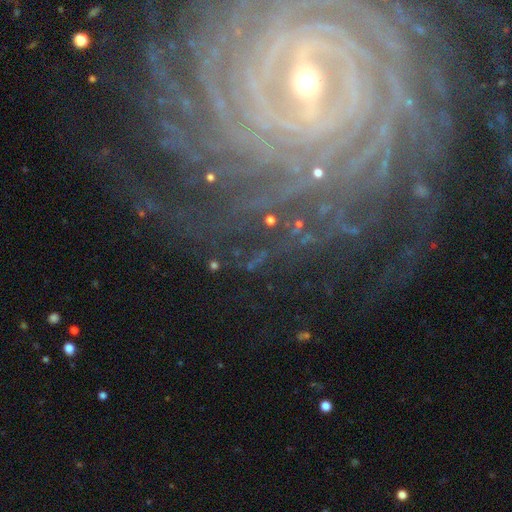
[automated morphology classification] This appears to be a featured or disk galaxy (86%) with a strong bar (38%), more than 4 (42%) tight (83%) spiral arms (97%) and a small central bulge (72%). Merging: none (78%).